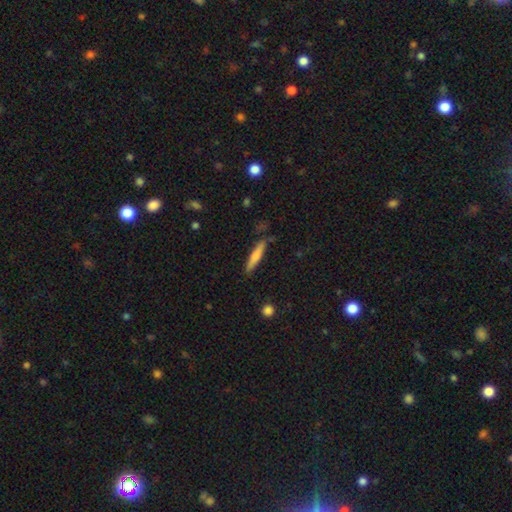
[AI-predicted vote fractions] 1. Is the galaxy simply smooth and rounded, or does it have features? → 65% smooth, 29% featured or disk, 6% star or artifact.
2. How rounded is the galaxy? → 91% cigar-shaped, 8% in between, 1% round.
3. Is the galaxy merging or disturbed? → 81% none, 13% minor disturbance, 3% merger, 3% major disturbance.